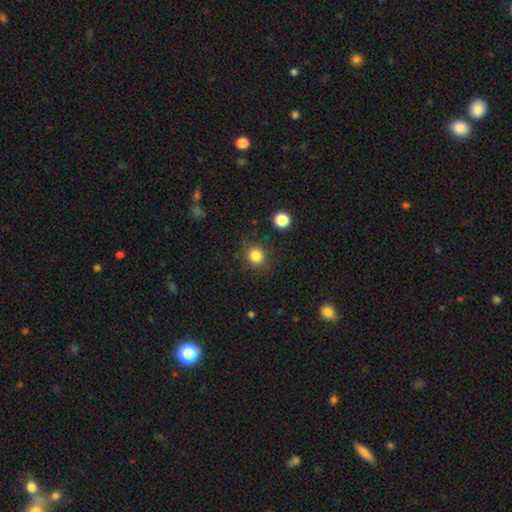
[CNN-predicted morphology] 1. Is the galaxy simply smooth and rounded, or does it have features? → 84% smooth, 12% star or artifact, 5% featured or disk.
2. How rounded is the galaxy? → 91% round, 8% in between, 1% cigar-shaped.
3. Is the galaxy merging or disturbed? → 86% none, 8% minor disturbance, 3% major disturbance, 2% merger.